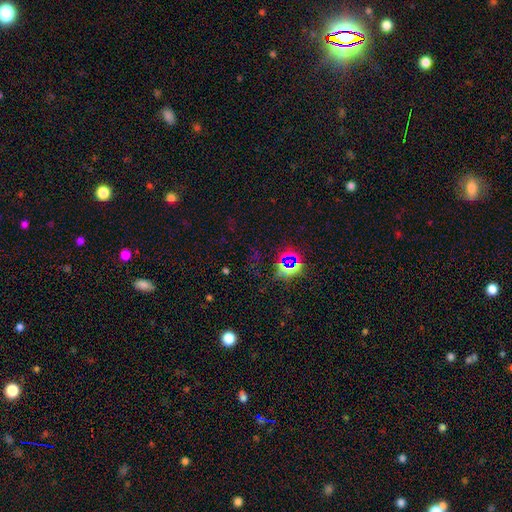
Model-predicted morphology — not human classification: Smooth or featured? Predicted: star or artifact (p=0.72).